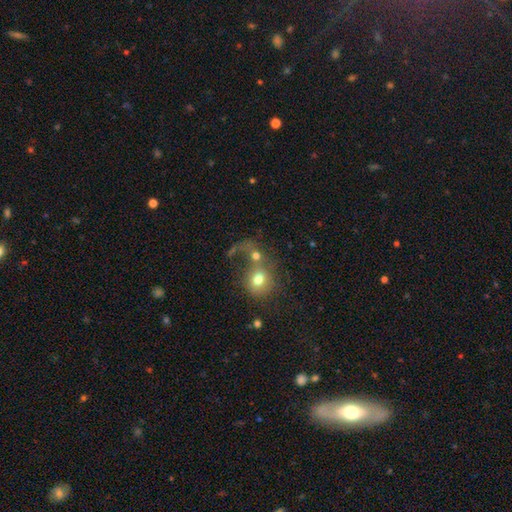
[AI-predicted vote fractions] The model was most divided on "merging": merger: 56%, none: 19%, major disturbance: 18%, minor disturbance: 7%. More confident: how rounded — round (71%); smooth or featured — smooth (64%).